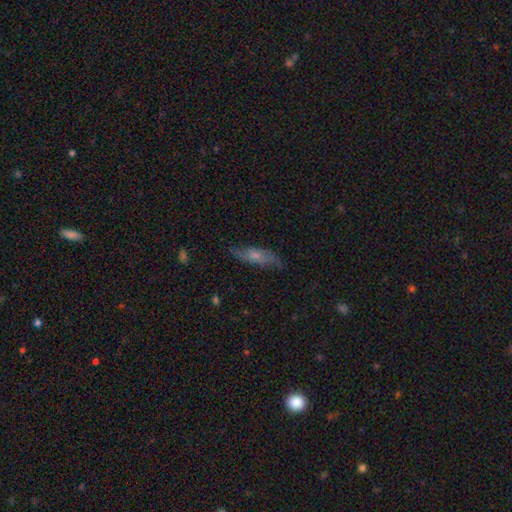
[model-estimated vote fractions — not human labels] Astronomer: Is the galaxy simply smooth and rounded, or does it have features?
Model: smooth — 46%, tied with featured or disk at 46%.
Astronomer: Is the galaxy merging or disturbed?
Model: none — 70%.